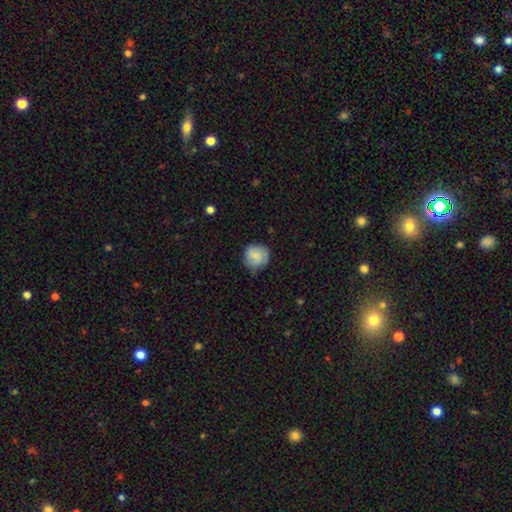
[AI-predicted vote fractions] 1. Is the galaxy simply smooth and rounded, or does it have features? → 69% smooth, 24% featured or disk, 8% star or artifact.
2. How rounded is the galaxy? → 90% round, 9% in between, 1% cigar-shaped.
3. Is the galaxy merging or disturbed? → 79% none, 16% minor disturbance, 4% major disturbance, 1% merger.